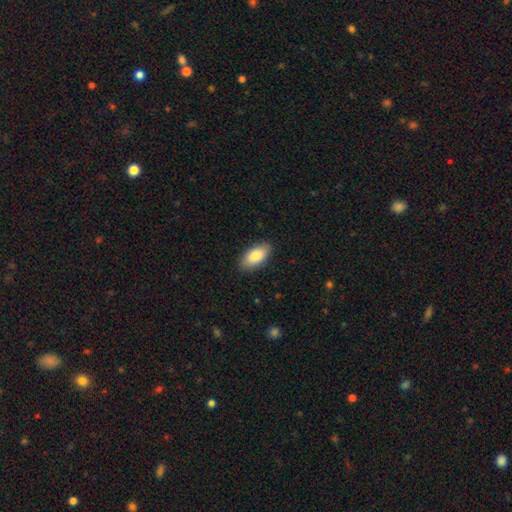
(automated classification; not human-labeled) smooth-or-featured: smooth: 87% | featured or disk: 7% | star or artifact: 6%
  how-rounded: in between: 94% | cigar-shaped: 4% | round: 3%
  merging: none: 87% | minor disturbance: 10% | major disturbance: 2% | merger: 1%